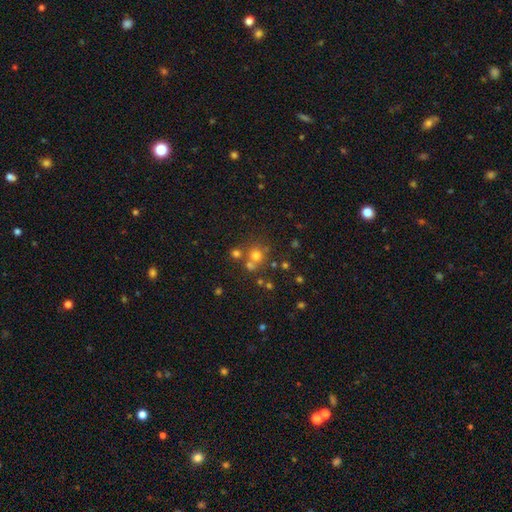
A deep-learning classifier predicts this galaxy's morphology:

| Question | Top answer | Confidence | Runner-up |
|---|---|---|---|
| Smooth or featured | smooth | 65% | star or artifact (22%) |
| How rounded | round | 88% | in between (11%) |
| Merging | none | 60% | merger (28%) |